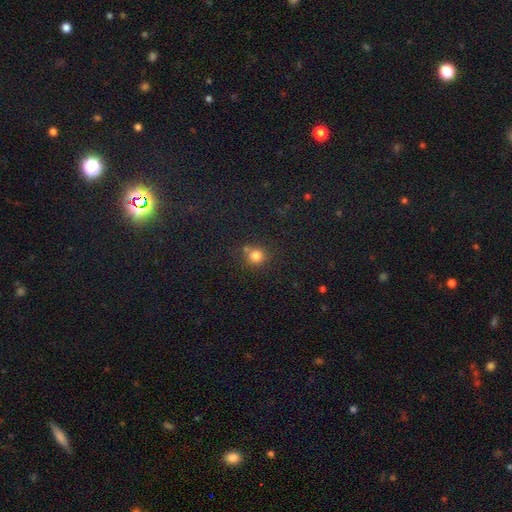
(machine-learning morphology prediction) smooth 80%, star or artifact 14%, featured or disk 6%. Down the decision tree: how rounded — round (90%); merging — none (70%).